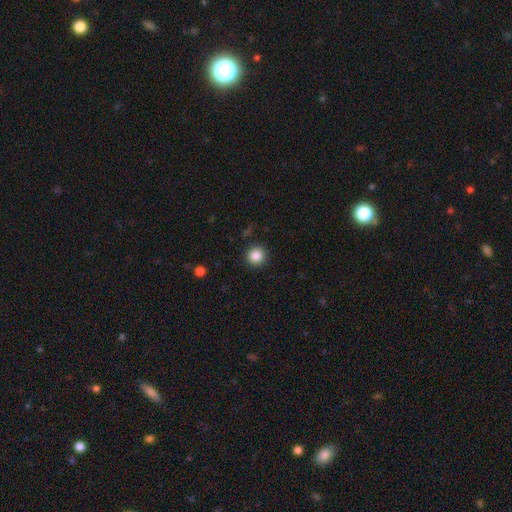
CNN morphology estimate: A smooth galaxy with no disk features (86%) that is round (95%).

Vote fractions:
- Smooth or featured? smooth: 86% / star or artifact: 10% / featured or disk: 4%
- How rounded? round: 95% / in between: 4% / cigar-shaped: 1%
- Merging? none: 91% / minor disturbance: 6% / major disturbance: 2% / merger: 1%